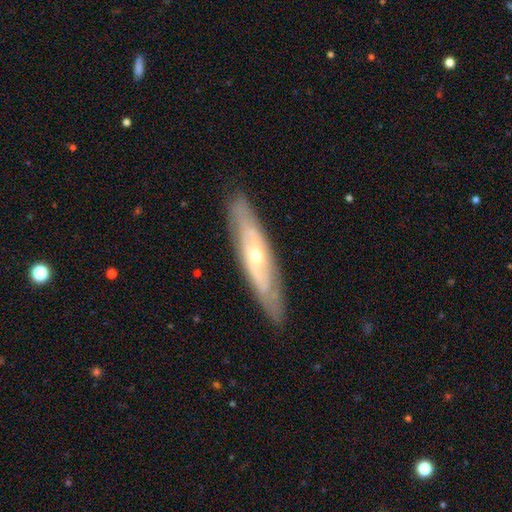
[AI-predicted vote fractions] Smooth or featured? featured or disk (70%)
Edge-on disk? no (58%)
Merging? none (85%)